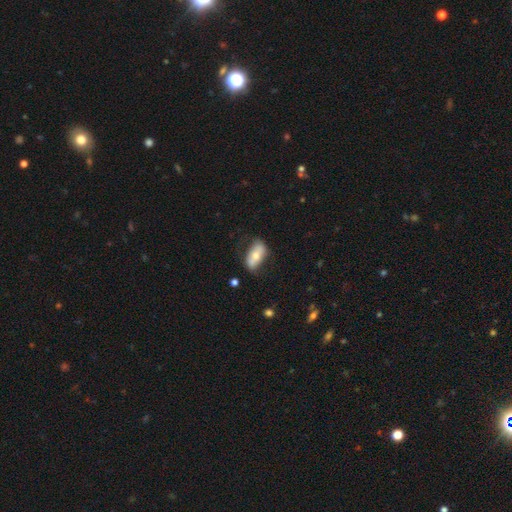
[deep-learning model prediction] Smooth or featured? smooth (60%)
How rounded? in between (88%)
Merging? none (66%)